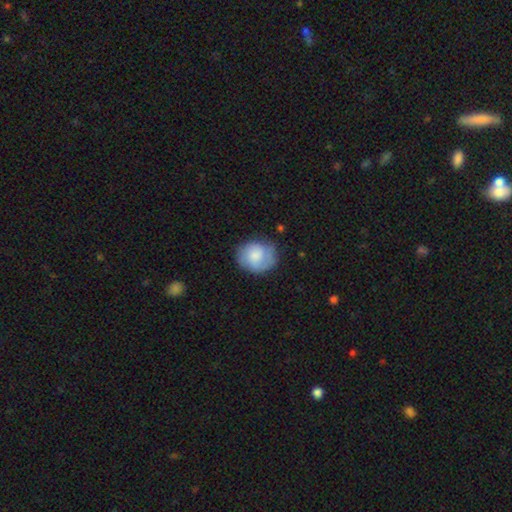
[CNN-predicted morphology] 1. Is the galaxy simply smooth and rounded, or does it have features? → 64% smooth, 30% featured or disk, 7% star or artifact.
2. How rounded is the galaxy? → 68% round, 31% in between, 1% cigar-shaped.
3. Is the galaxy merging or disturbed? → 65% none, 24% minor disturbance, 8% major disturbance, 2% merger.